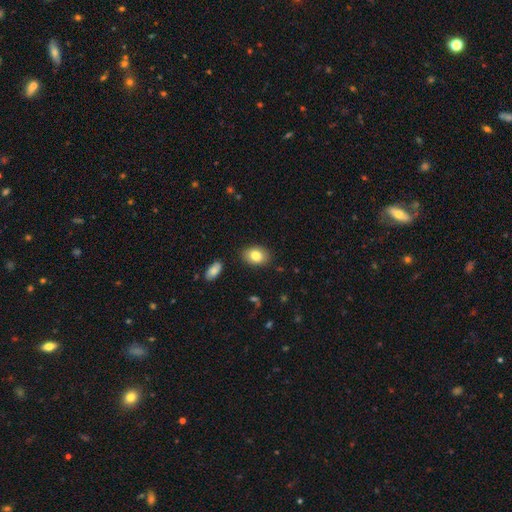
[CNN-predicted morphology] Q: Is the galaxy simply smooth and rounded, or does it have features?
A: smooth — 81%.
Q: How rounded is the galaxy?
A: in between — 78%.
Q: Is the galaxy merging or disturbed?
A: none — 87%.